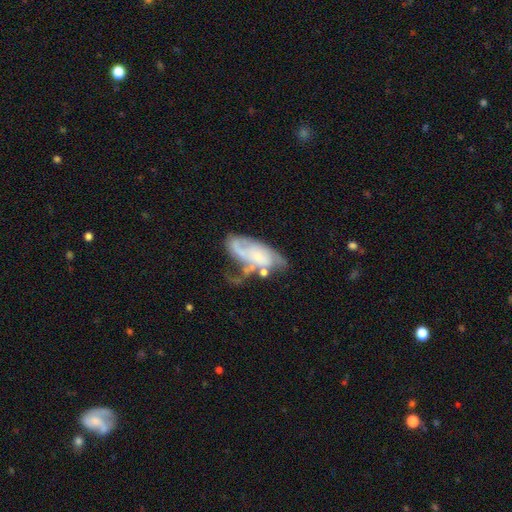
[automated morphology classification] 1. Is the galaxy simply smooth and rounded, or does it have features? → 70% featured or disk, 23% smooth, 7% star or artifact.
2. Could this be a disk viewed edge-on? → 93% no, 7% yes.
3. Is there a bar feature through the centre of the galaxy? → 65% no, 27% weak, 8% strong.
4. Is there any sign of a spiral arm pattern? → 83% yes, 17% no.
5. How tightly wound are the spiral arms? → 40% medium, 33% tight, 27% loose.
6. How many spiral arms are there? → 39% 2, 30% can't tell, 13% 1, 12% 3, 3% 4, 2% more than 4.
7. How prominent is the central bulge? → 59% small, 23% moderate, 14% none, 3% large, 1% dominant.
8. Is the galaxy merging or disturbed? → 31% none, 30% major disturbance, 24% minor disturbance, 16% merger.